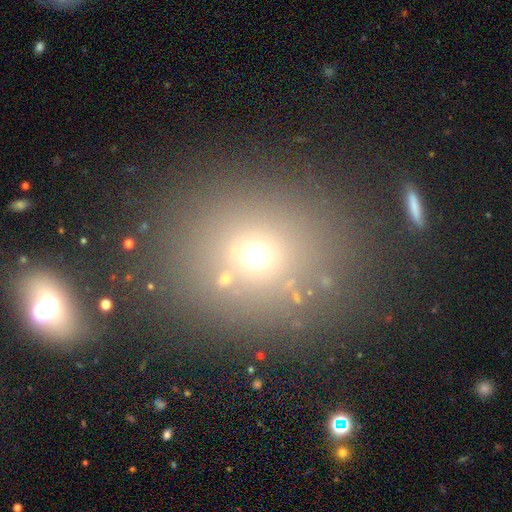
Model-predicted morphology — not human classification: Q: Smooth or featured?
A: smooth (62%); runner-up: star or artifact (26%)
Q: How rounded?
A: round (77%); runner-up: in between (21%)
Q: Merging?
A: none (79%); runner-up: minor disturbance (10%)